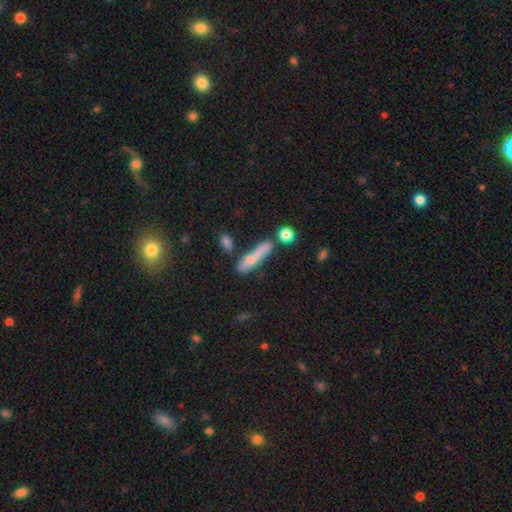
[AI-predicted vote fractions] Q: Smooth or featured?
A: smooth (67%); runner-up: featured or disk (24%)
Q: How rounded?
A: cigar-shaped (78%); runner-up: in between (18%)
Q: Merging?
A: none (53%); runner-up: minor disturbance (22%)